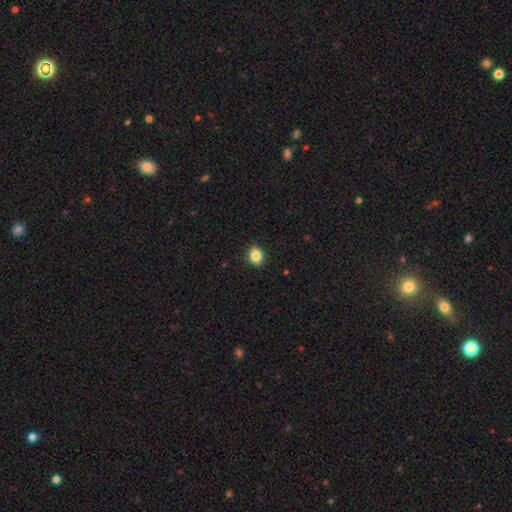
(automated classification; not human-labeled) Smooth or featured?
  - smooth: 85% *
  - star or artifact: 10%
  - featured or disk: 5%
How rounded?
  - round: 53% *
  - in between: 46%
  - cigar-shaped: 1%
Merging?
  - none: 88% *
  - minor disturbance: 9%
  - major disturbance: 2%
  - merger: 1%